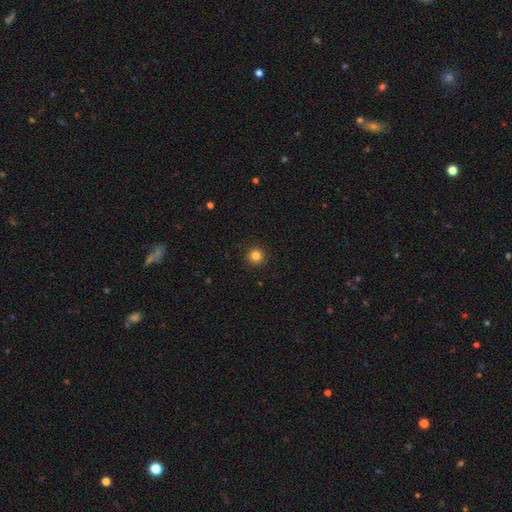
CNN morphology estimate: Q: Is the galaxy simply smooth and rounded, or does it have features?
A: smooth — 85%.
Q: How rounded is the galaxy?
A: round — 95%.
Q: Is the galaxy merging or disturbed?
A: none — 93%.